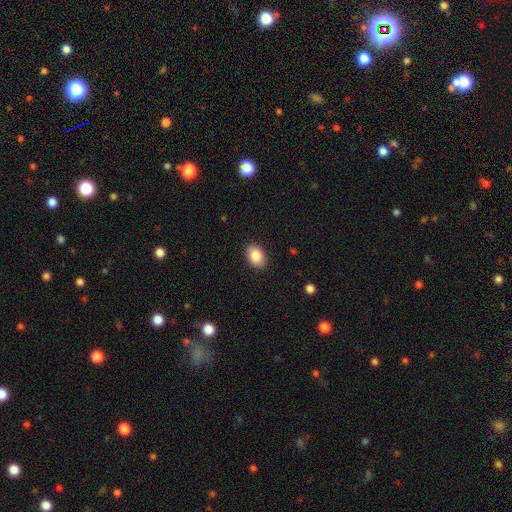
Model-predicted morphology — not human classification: The model was most divided on "how rounded": in between: 79%, round: 20%, cigar-shaped: 1%. More confident: merging — none (88%); smooth or featured — smooth (87%).